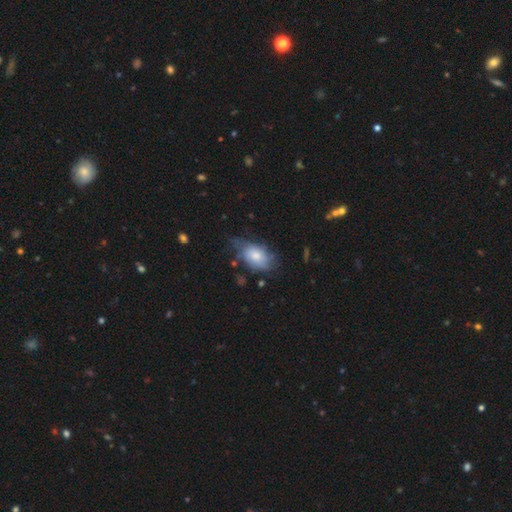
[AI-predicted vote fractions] Smooth or featured: smooth — 63% (featured or disk — 30%)
How rounded: in between — 88% (round — 9%)
Merging: none — 40% (minor disturbance — 37%)